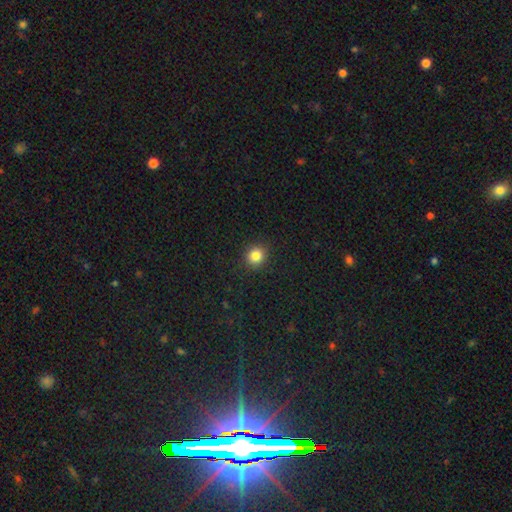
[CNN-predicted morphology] A smooth galaxy with no disk features (84%) that is round (86%).

Vote fractions:
- Smooth or featured? smooth: 84% / star or artifact: 11% / featured or disk: 5%
- How rounded? round: 86% / in between: 13% / cigar-shaped: 1%
- Merging? none: 91% / minor disturbance: 6% / major disturbance: 2% / merger: 1%